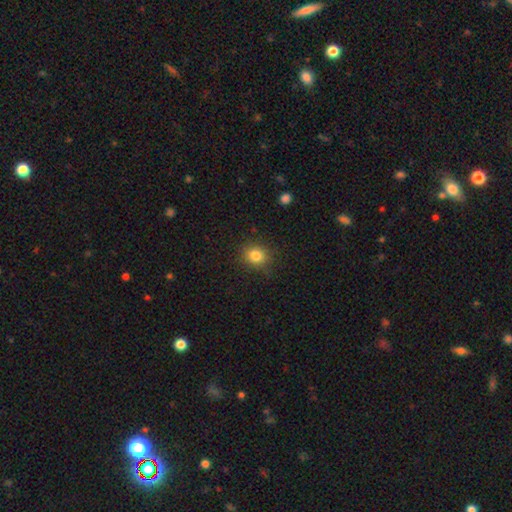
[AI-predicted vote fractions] A smooth galaxy with no disk features (83%) that is round (77%).

Vote fractions:
- Smooth or featured? smooth: 83% / star or artifact: 11% / featured or disk: 6%
- How rounded? round: 77% / in between: 22% / cigar-shaped: 1%
- Merging? none: 84% / minor disturbance: 12% / major disturbance: 3% / merger: 1%